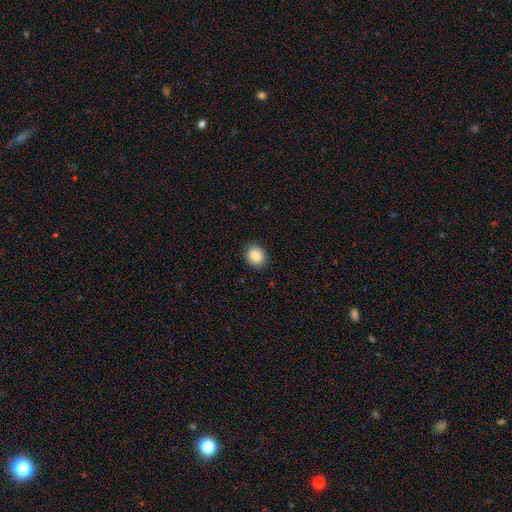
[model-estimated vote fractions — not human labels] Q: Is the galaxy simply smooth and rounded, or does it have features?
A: smooth — 86%.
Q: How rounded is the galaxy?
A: round — 58%.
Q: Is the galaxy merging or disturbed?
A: none — 89%.